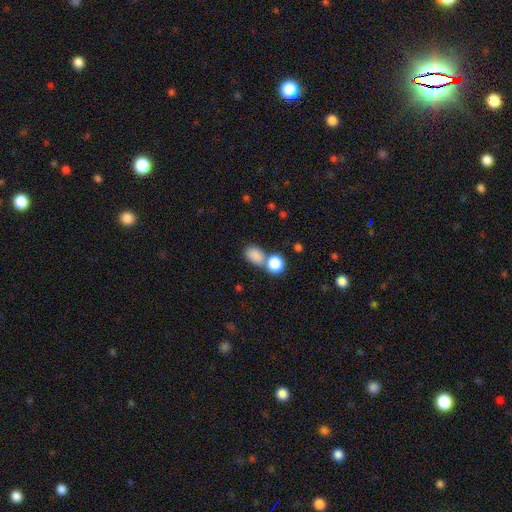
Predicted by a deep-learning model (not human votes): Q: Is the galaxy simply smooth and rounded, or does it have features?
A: smooth — 84%.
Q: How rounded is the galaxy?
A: in between — 65%.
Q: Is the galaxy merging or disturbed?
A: none — 45%.